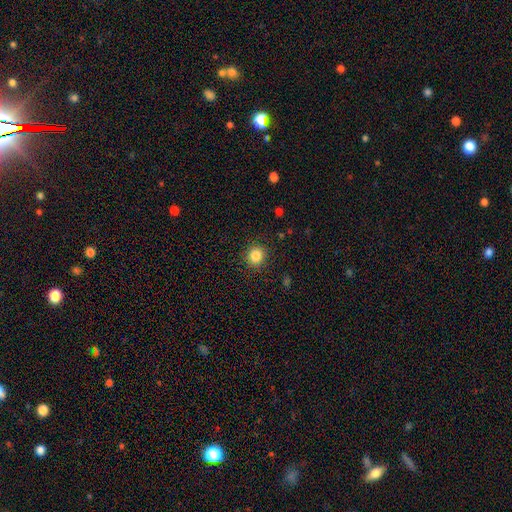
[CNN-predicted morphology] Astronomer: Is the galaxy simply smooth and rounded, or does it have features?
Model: smooth — 84%.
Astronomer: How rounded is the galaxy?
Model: round — 86%.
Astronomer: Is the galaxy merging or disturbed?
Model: none — 89%.